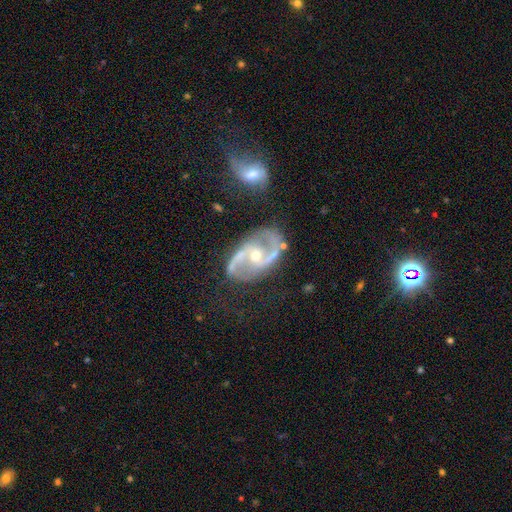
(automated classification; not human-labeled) Q: Smooth or featured?
A: featured or disk (92%); runner-up: star or artifact (4%)
Q: Edge-on disk?
A: no (98%); runner-up: yes (2%)
Q: Bar?
A: no (42%); runner-up: weak (38%)
Q: Spiral arms?
A: yes (97%); runner-up: no (3%)
Q: Spiral winding?
A: medium (51%); runner-up: loose (37%)
Q: Spiral arm count?
A: 2 (94%); runner-up: can't tell (2%)
Q: Bulge size?
A: moderate (53%); runner-up: small (44%)
Q: Merging?
A: none (72%); runner-up: minor disturbance (17%)